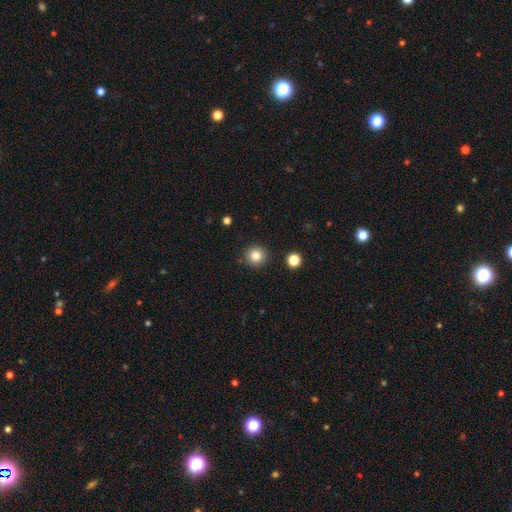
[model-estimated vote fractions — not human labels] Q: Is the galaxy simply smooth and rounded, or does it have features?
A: smooth — 82%.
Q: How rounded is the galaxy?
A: round — 95%.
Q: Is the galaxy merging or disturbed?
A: none — 91%.